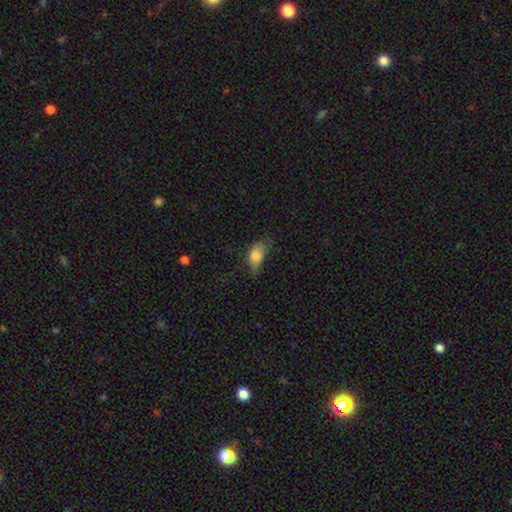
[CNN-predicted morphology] Smooth or featured: smooth — 78% (featured or disk — 13%)
How rounded: in between — 87% (round — 8%)
Merging: minor disturbance — 38% (none — 31%)